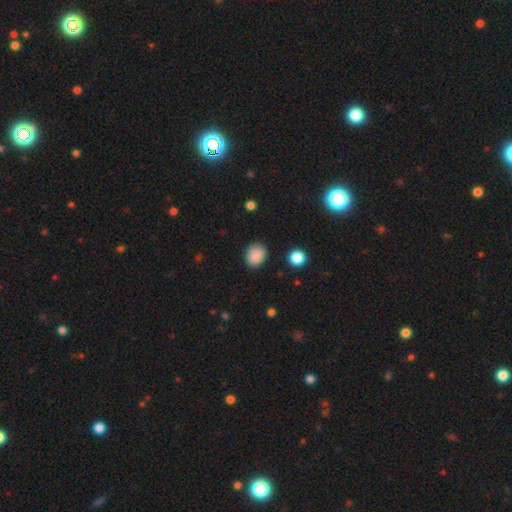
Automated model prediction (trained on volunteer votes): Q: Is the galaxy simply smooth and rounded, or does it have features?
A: smooth — 88%.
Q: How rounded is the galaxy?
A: round — 60%.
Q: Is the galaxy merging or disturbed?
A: none — 84%.